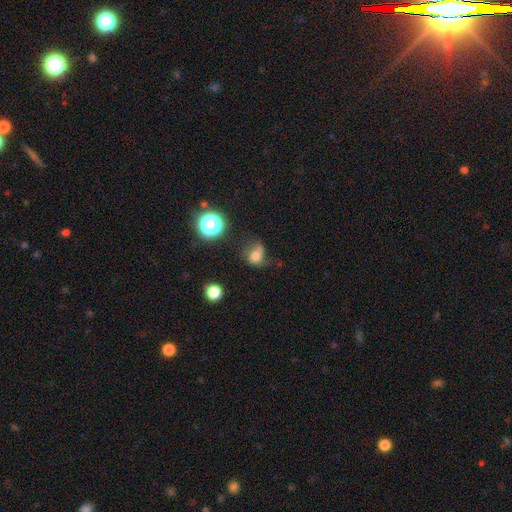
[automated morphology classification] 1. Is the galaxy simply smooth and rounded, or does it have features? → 67% smooth, 17% star or artifact, 16% featured or disk.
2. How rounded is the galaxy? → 61% round, 38% in between, 1% cigar-shaped.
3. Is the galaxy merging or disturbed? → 35% none, 29% major disturbance, 28% minor disturbance, 8% merger.